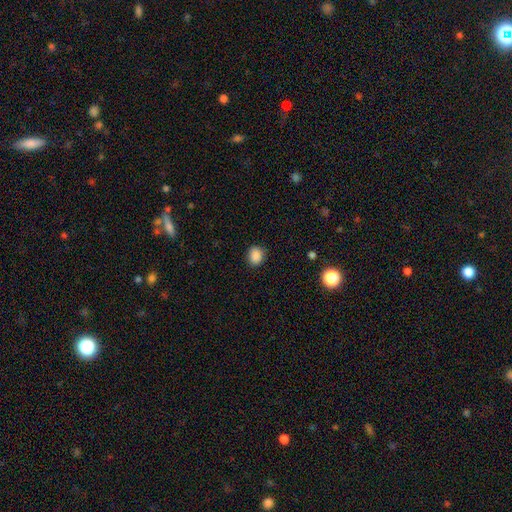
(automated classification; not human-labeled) Smooth or featured? smooth (87%)
How rounded? round (57%)
Merging? none (86%)